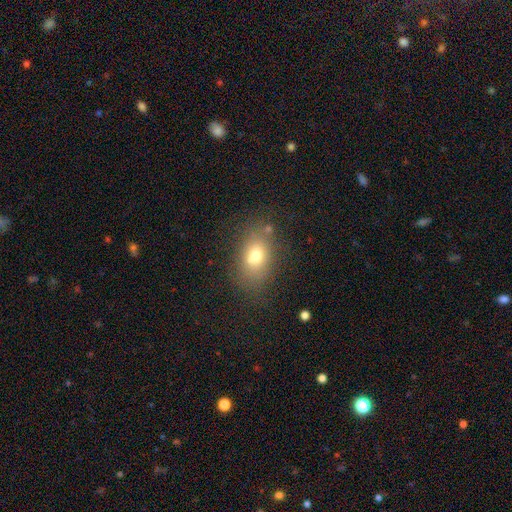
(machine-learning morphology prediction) Smooth or featured: smooth — 71% (featured or disk — 16%)
How rounded: in between — 74% (round — 25%)
Merging: none — 66% (minor disturbance — 17%)